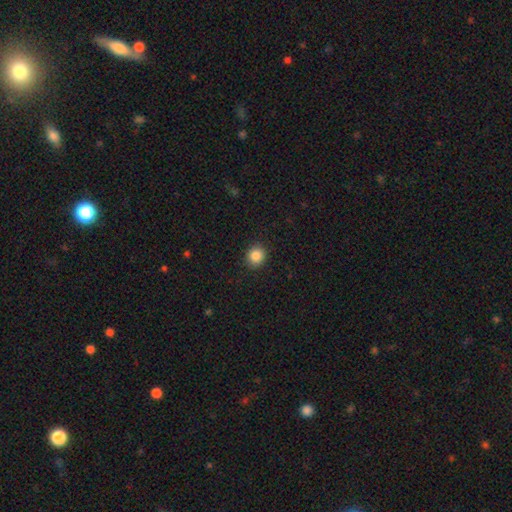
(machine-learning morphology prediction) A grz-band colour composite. It shows a smooth galaxy with no disk features (86%) that is round (82%). Merging: none (91%).